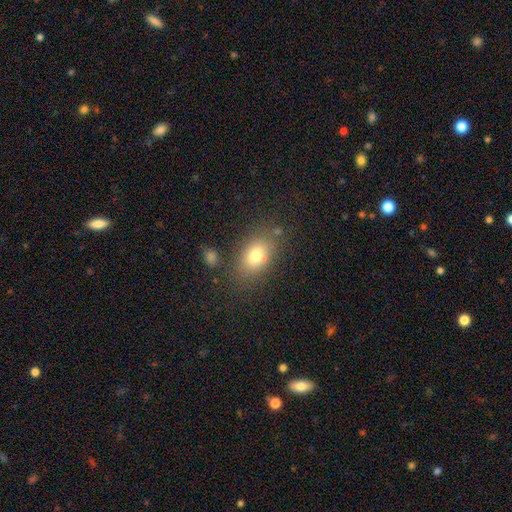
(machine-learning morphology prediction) Overall: smooth (77%). How rounded: in between (83%). Merging: none (76%).